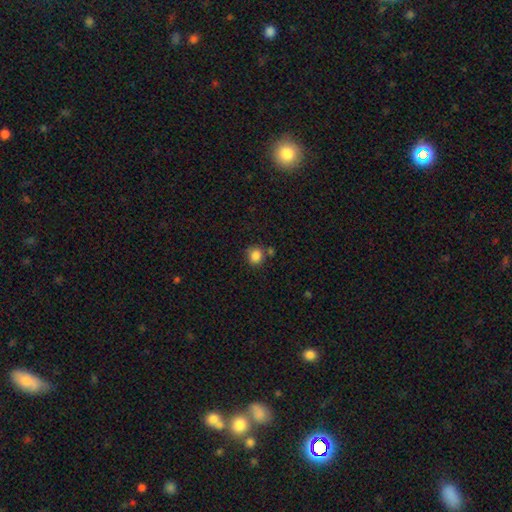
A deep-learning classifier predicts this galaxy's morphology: Overall: smooth (86%). How rounded: round (85%). Merging: none (72%).